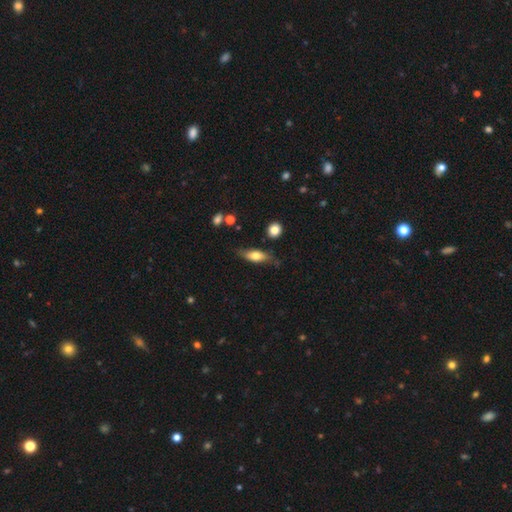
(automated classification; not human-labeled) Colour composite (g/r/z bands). It shows a smooth galaxy with no disk features (60%) that is in between round and cigar-shaped (64%). Merging: none (66%).